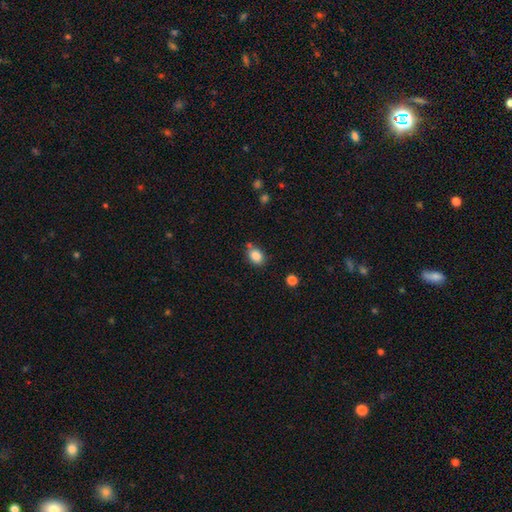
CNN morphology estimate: Q: Smooth or featured?
A: smooth (85%); runner-up: star or artifact (9%)
Q: How rounded?
A: in between (67%); runner-up: round (32%)
Q: Merging?
A: none (71%); runner-up: minor disturbance (16%)